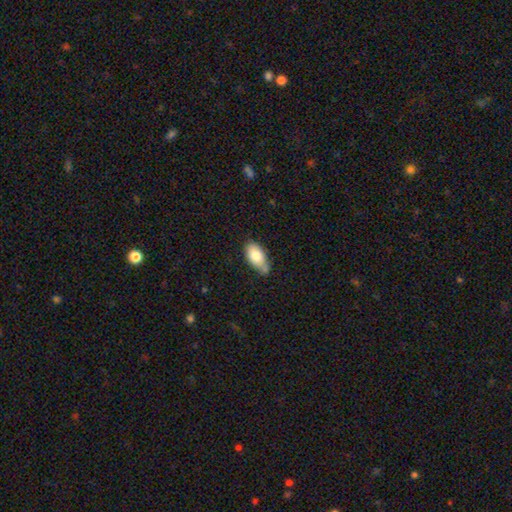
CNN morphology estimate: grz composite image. It shows a smooth galaxy with no disk features (79%) that is in between round and cigar-shaped (92%). Merging: none (53%).